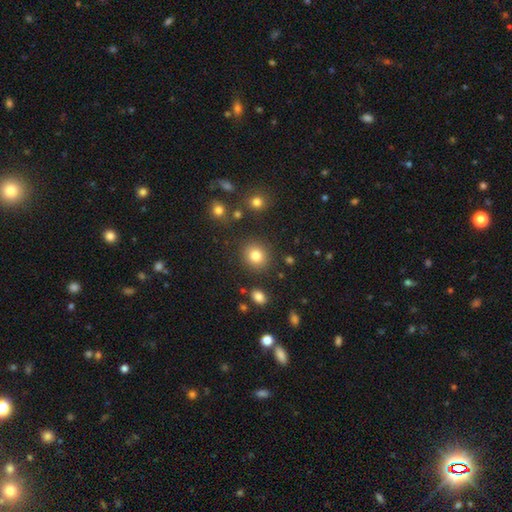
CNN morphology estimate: smooth-or-featured: smooth: 82% | star or artifact: 11% | featured or disk: 7%
  how-rounded: round: 79% | in between: 20% | cigar-shaped: 1%
  merging: none: 87% | minor disturbance: 7% | merger: 3% | major disturbance: 3%